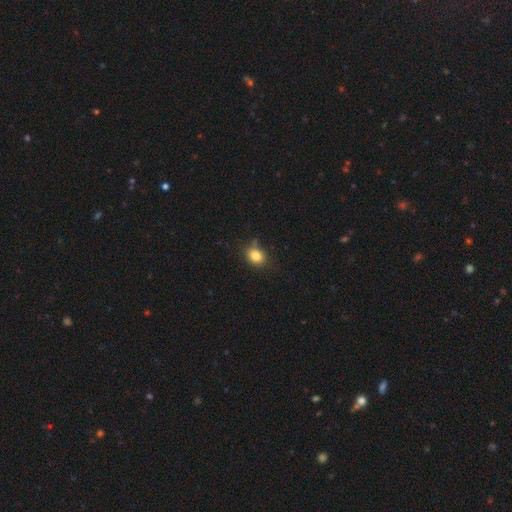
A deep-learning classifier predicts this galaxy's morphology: Smooth or featured?
  - smooth: 82% *
  - star or artifact: 11%
  - featured or disk: 7%
How rounded?
  - round: 51% *
  - in between: 48%
  - cigar-shaped: 1%
Merging?
  - none: 69% *
  - minor disturbance: 21%
  - major disturbance: 5%
  - merger: 5%